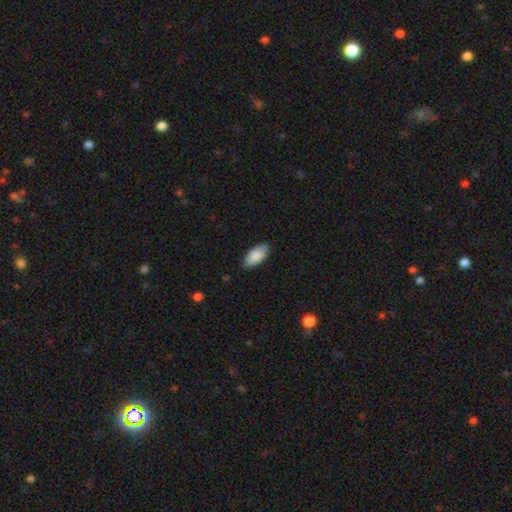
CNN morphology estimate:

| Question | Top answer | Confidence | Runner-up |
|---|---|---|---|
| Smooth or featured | smooth | 87% | featured or disk (7%) |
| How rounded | in between | 92% | cigar-shaped (6%) |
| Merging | none | 84% | minor disturbance (13%) |